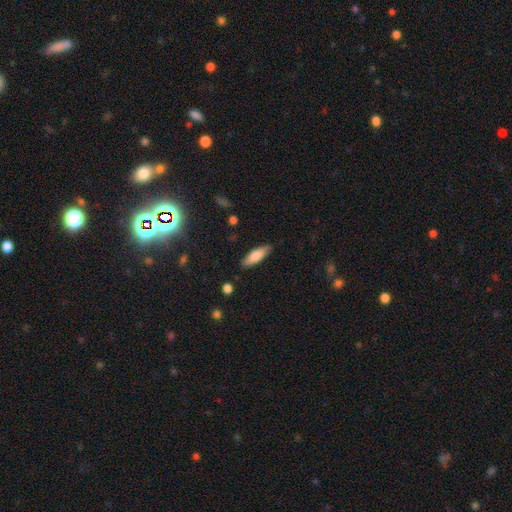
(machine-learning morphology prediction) type=smooth (77%); roundness=in between (50%); merging=none (87%).